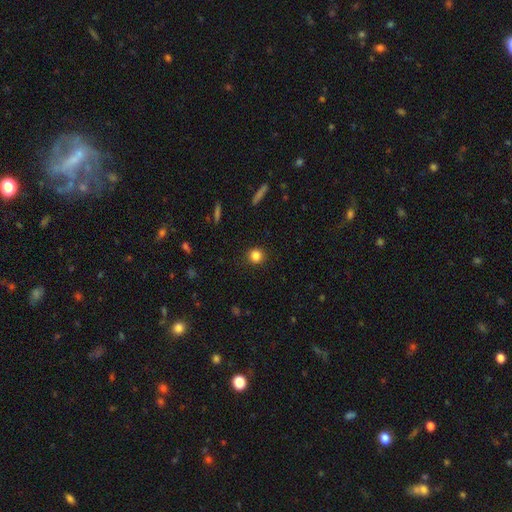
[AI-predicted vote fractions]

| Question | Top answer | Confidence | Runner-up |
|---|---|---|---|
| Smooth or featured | smooth | 84% | star or artifact (11%) |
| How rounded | round | 92% | in between (7%) |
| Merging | none | 91% | minor disturbance (6%) |